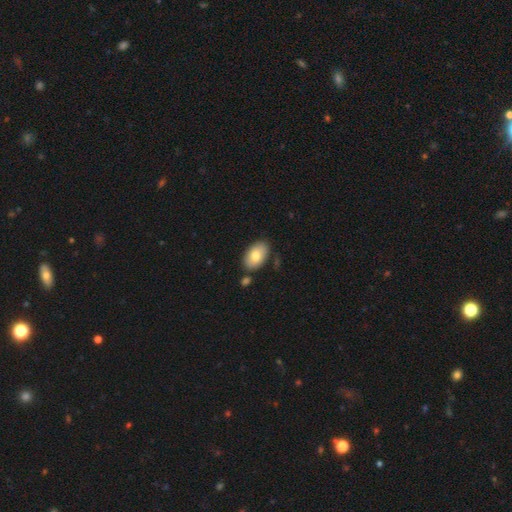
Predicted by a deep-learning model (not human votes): Morphology: type=smooth (79%); roundness=in between (92%); merging=none (79%).